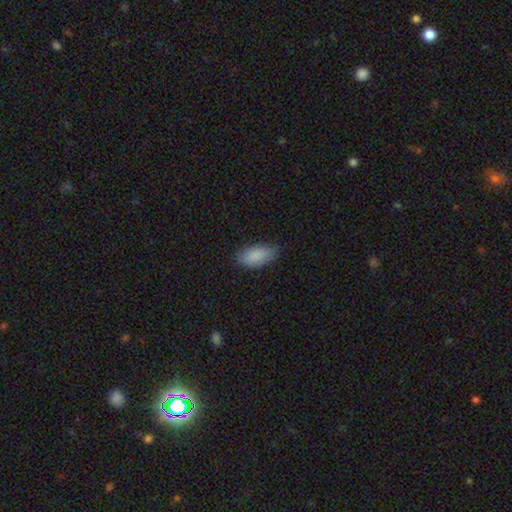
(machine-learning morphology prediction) Smooth or featured?
  - smooth: 89% *
  - star or artifact: 7%
  - featured or disk: 5%
How rounded?
  - in between: 90% *
  - cigar-shaped: 8%
  - round: 2%
Merging?
  - none: 79% *
  - minor disturbance: 17%
  - major disturbance: 3%
  - merger: 1%